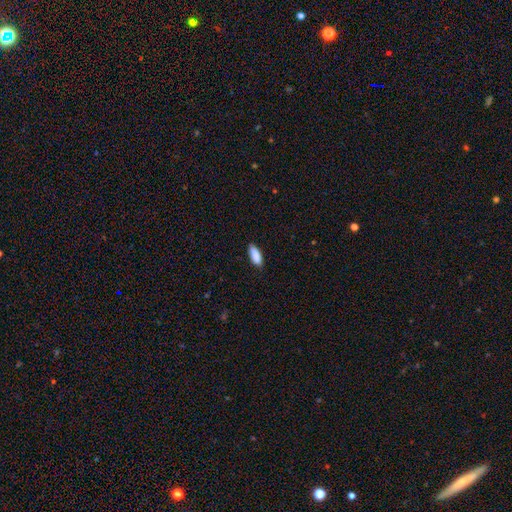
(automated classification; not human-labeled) This appears to be a smooth galaxy with no disk features (90%) that is in between round and cigar-shaped (74%). Merging: none (85%).